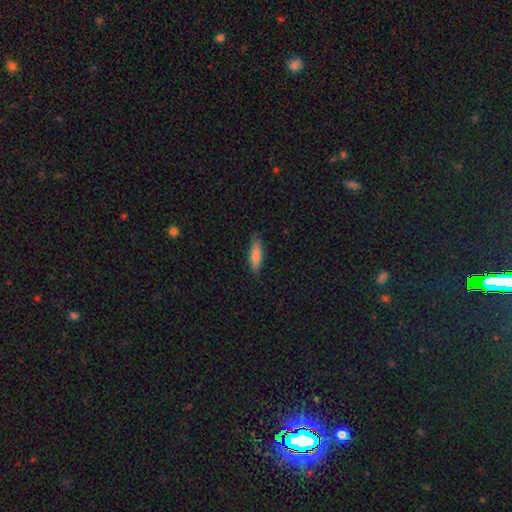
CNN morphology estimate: Overall: smooth (79%). How rounded: cigar-shaped (58%; in between 40%). Merging: none (84%).